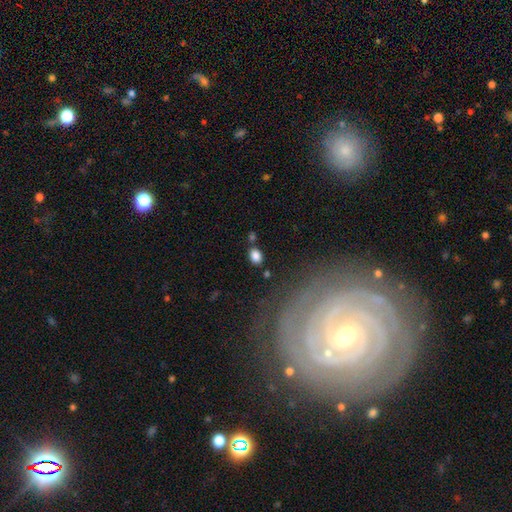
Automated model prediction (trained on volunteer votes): This is clearly a smooth galaxy (84%). How rounded: likely in between (74%). Merging: likely none (77%).